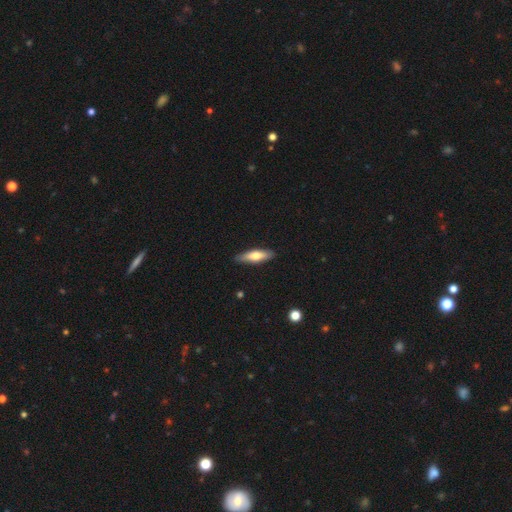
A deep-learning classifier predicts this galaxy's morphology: type=smooth (62%); roundness=cigar-shaped (65%); merging=none (87%).